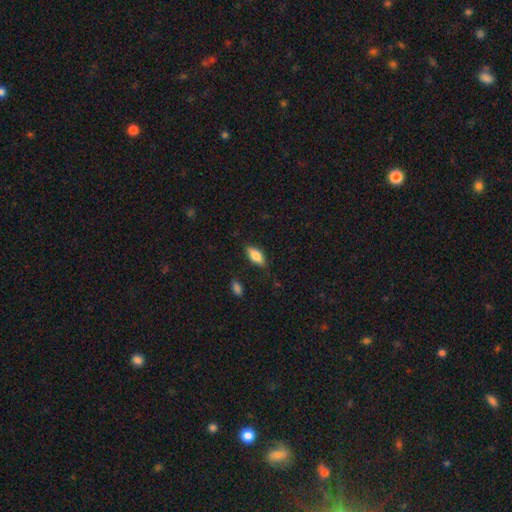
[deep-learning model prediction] A smooth galaxy with no disk features (74%) that is in between round and cigar-shaped (80%). Merging: none (81%).